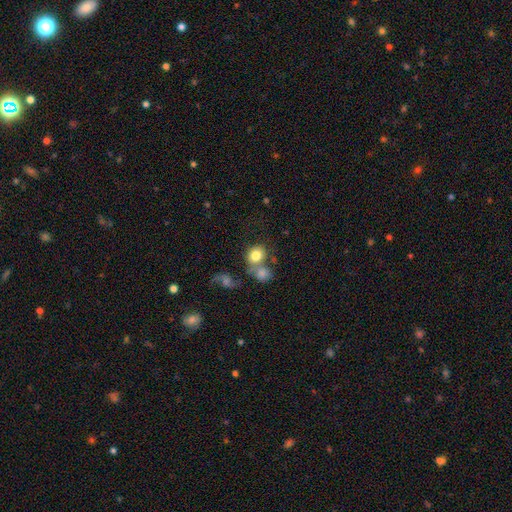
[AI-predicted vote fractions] The model was most divided on "merging": none: 43%, merger: 39%, minor disturbance: 11%, major disturbance: 7%. More confident: smooth or featured — smooth (78%); how rounded — round (72%).